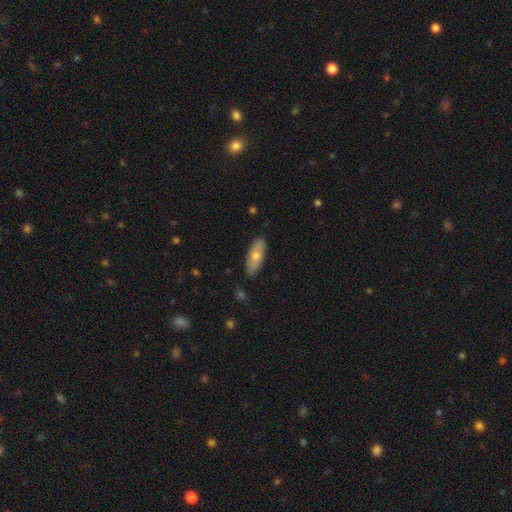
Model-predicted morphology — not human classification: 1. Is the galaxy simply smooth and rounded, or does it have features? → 63% smooth, 31% featured or disk, 7% star or artifact.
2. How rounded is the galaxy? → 69% in between, 28% cigar-shaped, 3% round.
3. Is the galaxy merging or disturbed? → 87% none, 10% minor disturbance, 2% major disturbance, 1% merger.